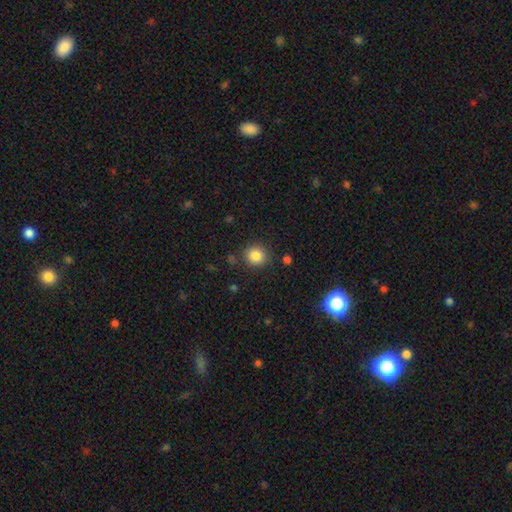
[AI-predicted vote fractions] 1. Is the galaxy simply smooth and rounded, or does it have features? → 85% smooth, 10% star or artifact, 5% featured or disk.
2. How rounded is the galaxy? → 87% round, 12% in between, 1% cigar-shaped.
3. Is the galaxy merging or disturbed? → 85% none, 9% minor disturbance, 3% merger, 3% major disturbance.